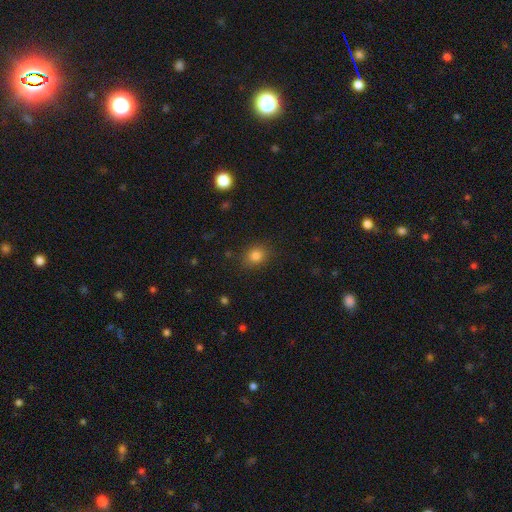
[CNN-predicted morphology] Smooth or featured: smooth — 82% (star or artifact — 12%)
How rounded: round — 58% (in between — 41%)
Merging: none — 85% (minor disturbance — 11%)